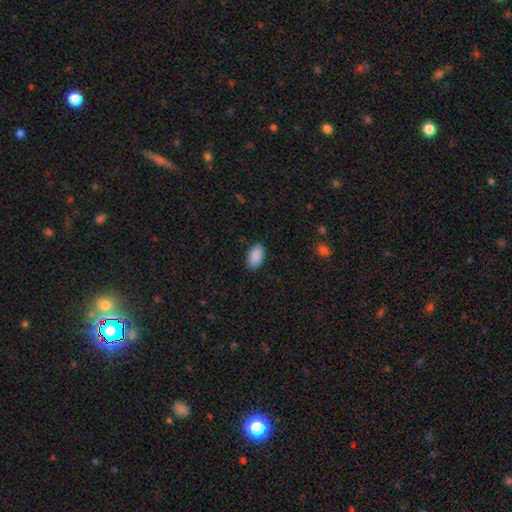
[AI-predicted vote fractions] A smooth galaxy with no disk features (90%) that is in between round and cigar-shaped (94%). Merging: none (86%).